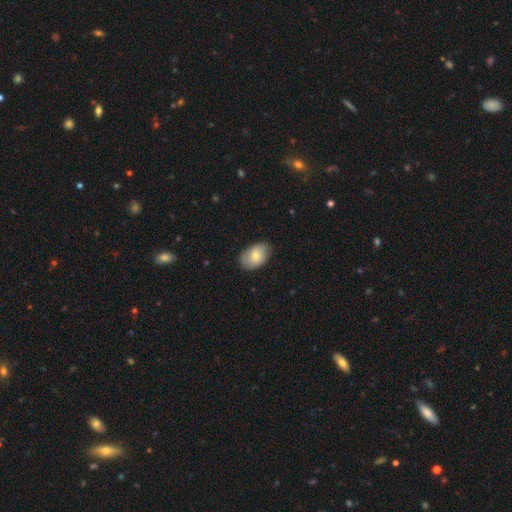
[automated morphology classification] A smooth galaxy with no disk features (71%) that is in between round and cigar-shaped (86%). Merging: none (76%).